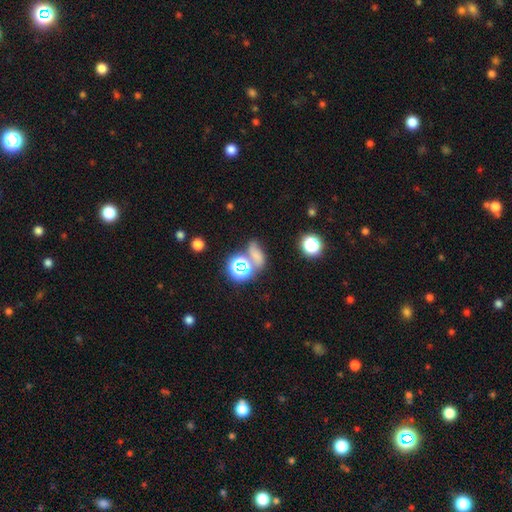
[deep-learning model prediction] The model was most divided on "merging": none: 46%, merger: 26%, minor disturbance: 16%, major disturbance: 11%. More confident: how rounded — in between (57%); smooth or featured — smooth (56%).